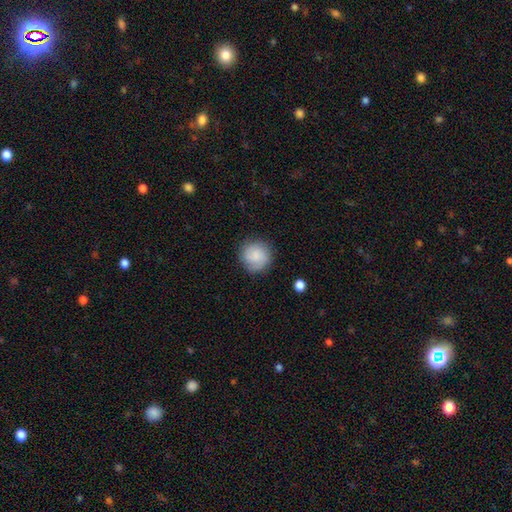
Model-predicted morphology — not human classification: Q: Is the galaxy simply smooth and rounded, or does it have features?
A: smooth — 73%.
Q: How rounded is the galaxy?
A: round — 92%.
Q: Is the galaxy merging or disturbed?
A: none — 83%.